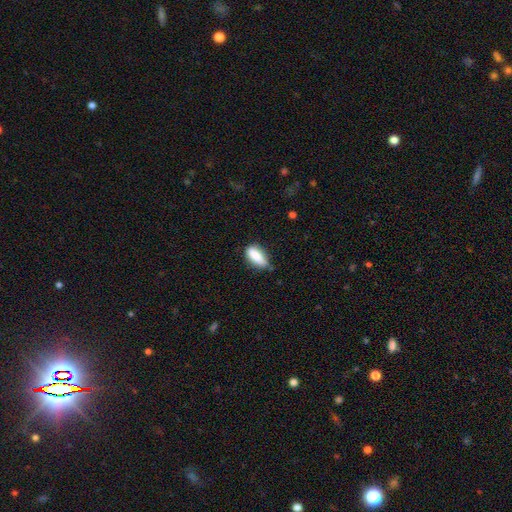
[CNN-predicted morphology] This is clearly a smooth galaxy (84%). How rounded: likely in between (79%). Merging: likely none (65%).